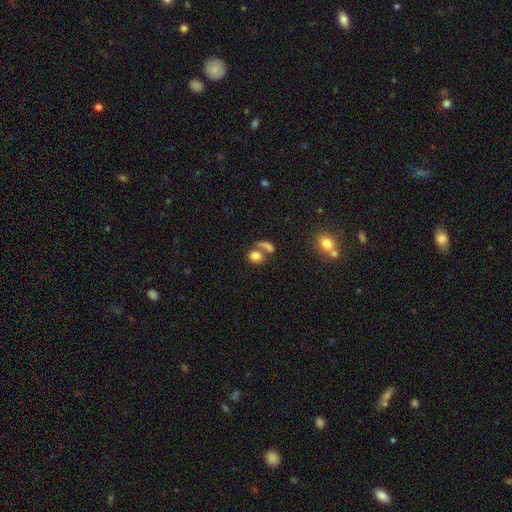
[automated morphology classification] Smooth or featured? Predicted: smooth (p=0.79). How rounded? Predicted: round (p=0.56). Merging? Predicted: none (p=0.44).